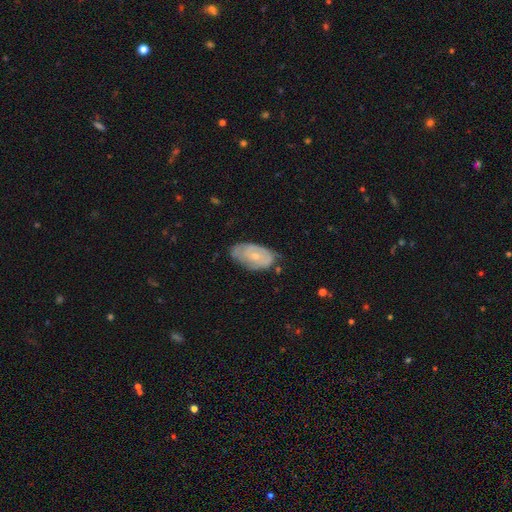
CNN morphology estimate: Smooth or featured? featured or disk (58%)
Edge-on disk? no (94%)
Bar? no (74%)
Spiral arms? yes (62%)
Bulge size? small (59%)
Merging? none (60%)